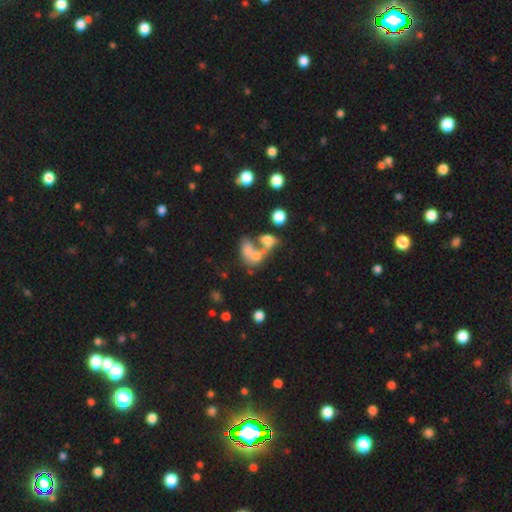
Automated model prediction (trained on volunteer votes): Smooth or featured?
  - smooth: 57% *
  - featured or disk: 28%
  - star or artifact: 15%
How rounded?
  - in between: 73% *
  - round: 24%
  - cigar-shaped: 3%
Merging?
  - merger: 63% *
  - none: 18%
  - major disturbance: 11%
  - minor disturbance: 8%